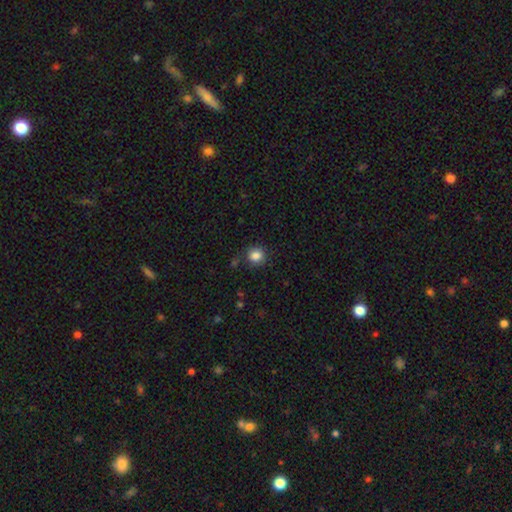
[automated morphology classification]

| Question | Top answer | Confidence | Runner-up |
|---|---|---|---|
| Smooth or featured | smooth | 85% | star or artifact (10%) |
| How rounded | round | 85% | in between (14%) |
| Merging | none | 82% | minor disturbance (12%) |